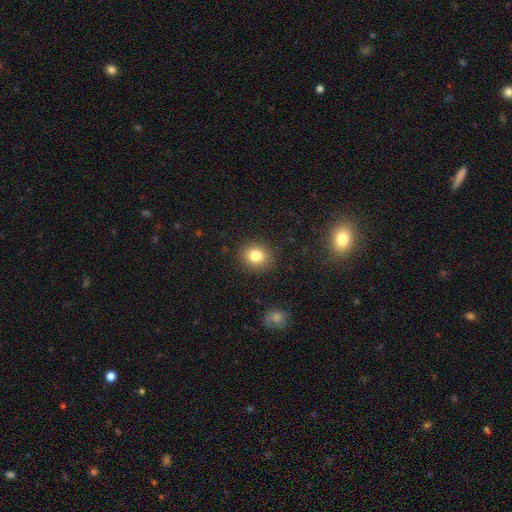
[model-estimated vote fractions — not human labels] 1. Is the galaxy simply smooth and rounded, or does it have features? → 83% smooth, 10% star or artifact, 7% featured or disk.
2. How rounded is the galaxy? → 74% round, 25% in between, 1% cigar-shaped.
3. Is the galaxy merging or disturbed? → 89% none, 7% minor disturbance, 2% major disturbance, 1% merger.